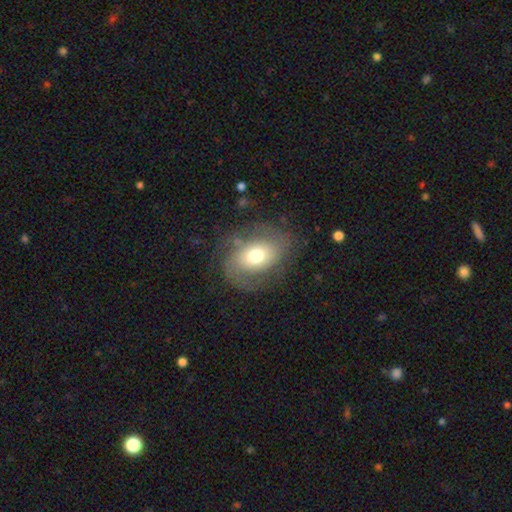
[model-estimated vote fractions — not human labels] Smooth or featured?
  - smooth: 47% *
  - featured or disk: 43%
  - star or artifact: 9%
Merging?
  - none: 65% *
  - minor disturbance: 19%
  - major disturbance: 13%
  - merger: 2%